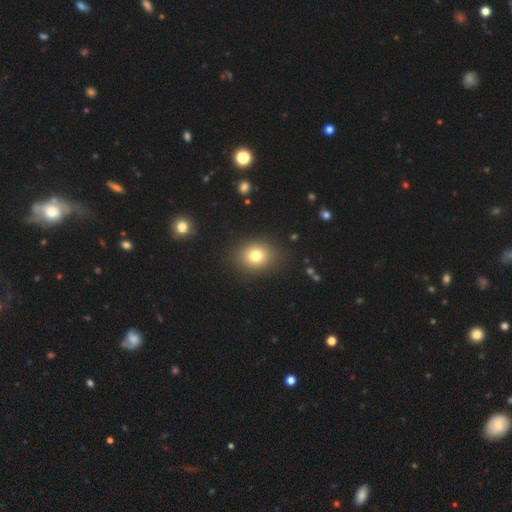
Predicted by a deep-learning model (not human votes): This is likely a smooth galaxy (78%). How rounded: likely round (64%). Merging: clearly none (88%).